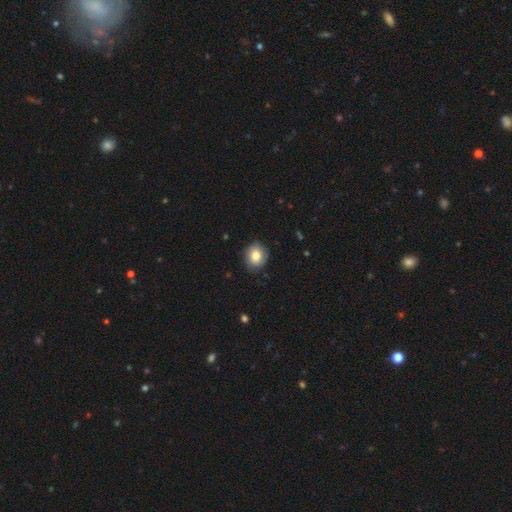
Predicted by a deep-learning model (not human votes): This appears to be a smooth galaxy with no disk features (79%) that is round (64%). Merging: none (81%).